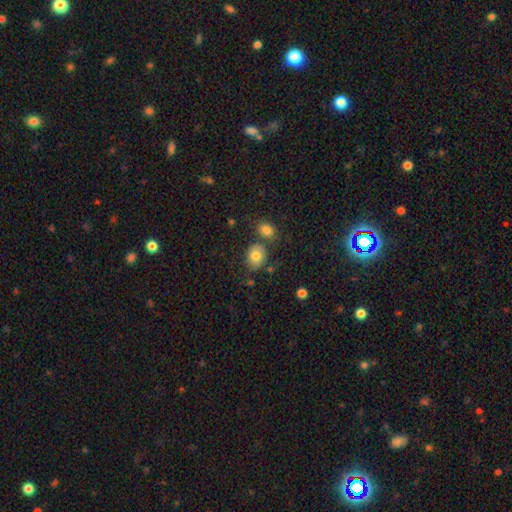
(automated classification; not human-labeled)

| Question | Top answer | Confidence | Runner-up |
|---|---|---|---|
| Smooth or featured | smooth | 80% | featured or disk (10%) |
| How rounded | in between | 51% | round (48%) |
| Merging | none | 67% | merger (16%) |